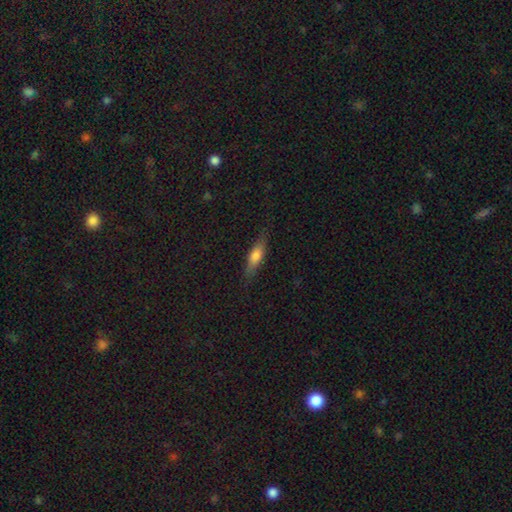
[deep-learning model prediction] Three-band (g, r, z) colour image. It shows a smooth galaxy with no disk features (65%) that is cigar-shaped (55%). Merging: none (82%).